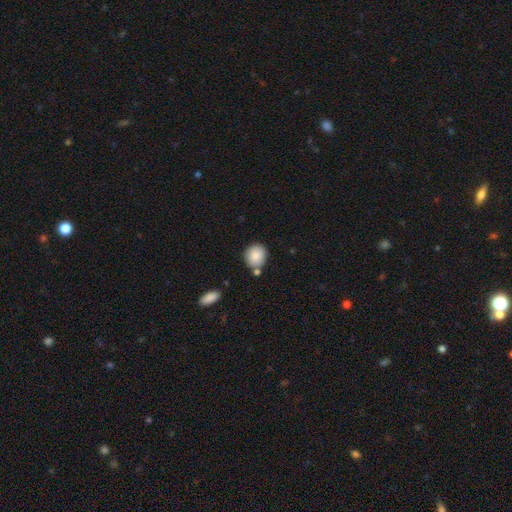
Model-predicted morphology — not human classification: Overall: smooth (86%). How rounded: round (79%). Merging: none (74%).